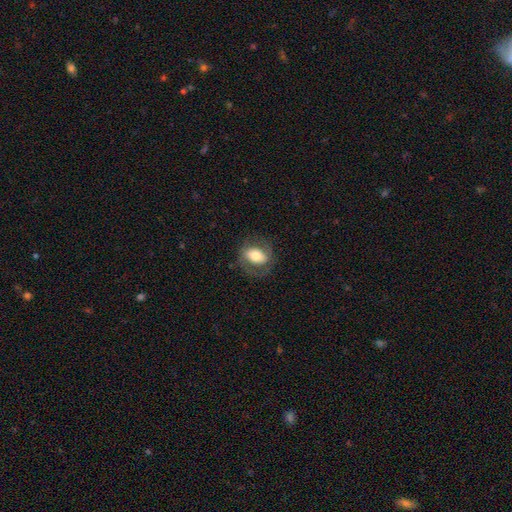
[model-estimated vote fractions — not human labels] smooth 57%, featured or disk 35%, star or artifact 7%. Down the decision tree: how rounded — in between (73%); merging — none (72%).